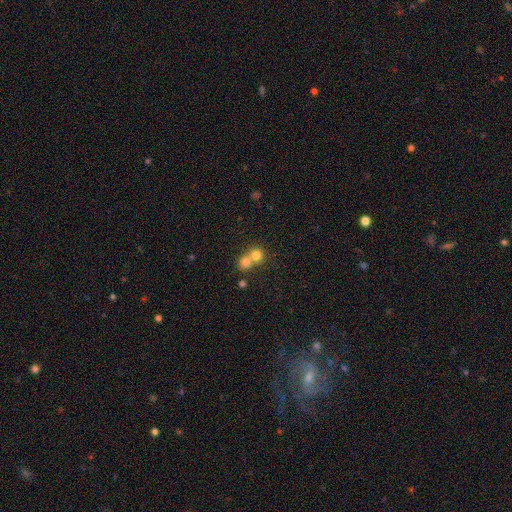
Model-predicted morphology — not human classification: The model was most divided on "merging": merger: 58%, none: 35%, minor disturbance: 4%, major disturbance: 2%. More confident: how rounded — round (85%); smooth or featured — smooth (76%).